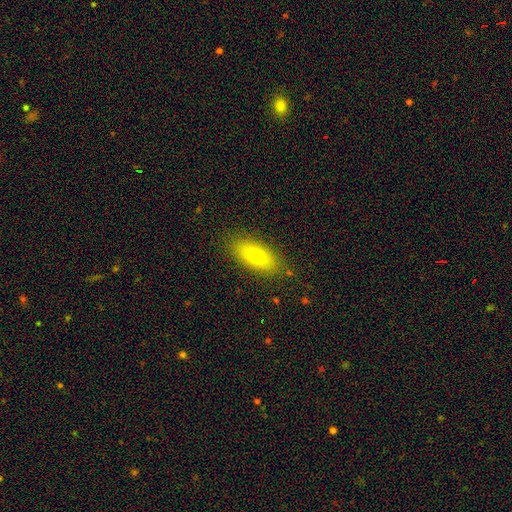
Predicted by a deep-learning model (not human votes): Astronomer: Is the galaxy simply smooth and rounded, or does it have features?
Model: smooth — 72%.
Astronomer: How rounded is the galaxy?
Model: in between — 80%.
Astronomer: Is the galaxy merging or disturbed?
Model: none — 86%.